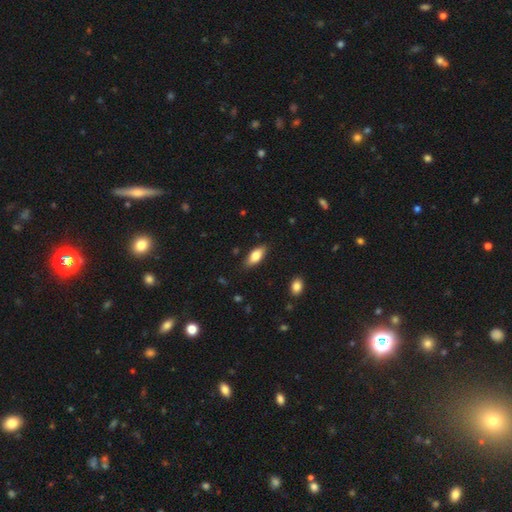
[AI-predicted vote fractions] Smooth or featured?
  - smooth: 78% *
  - featured or disk: 16%
  - star or artifact: 6%
How rounded?
  - in between: 82% *
  - cigar-shaped: 16%
  - round: 2%
Merging?
  - none: 84% *
  - minor disturbance: 12%
  - major disturbance: 2%
  - merger: 1%